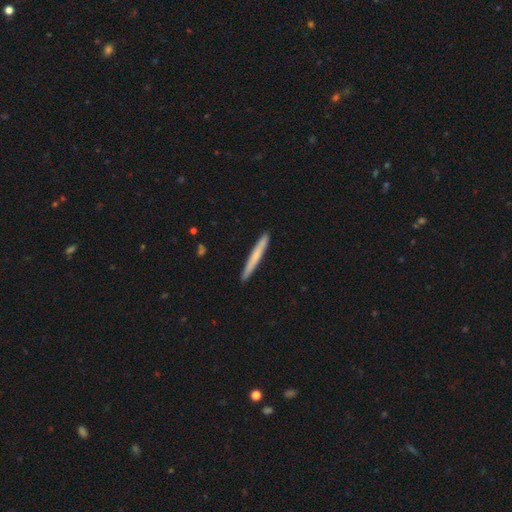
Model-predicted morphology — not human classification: Q: Smooth or featured?
A: smooth (64%); runner-up: featured or disk (31%)
Q: How rounded?
A: cigar-shaped (97%); runner-up: in between (2%)
Q: Merging?
A: none (92%); runner-up: minor disturbance (6%)